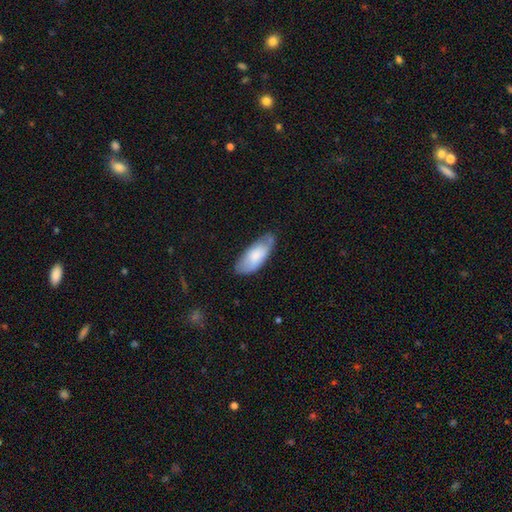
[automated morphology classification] This is likely a smooth galaxy (73%). How rounded: clearly in between (84%). Merging: likely none (61%).